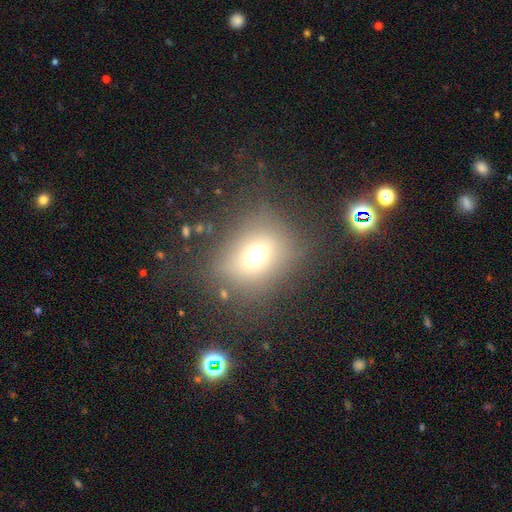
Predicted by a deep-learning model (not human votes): Overall: smooth (64%). How rounded: round (50%; in between 48%). Merging: none (69%).